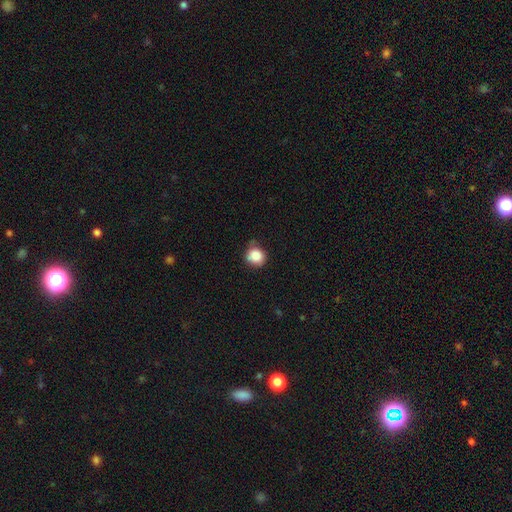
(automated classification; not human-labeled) smooth-or-featured: smooth: 84% | star or artifact: 10% | featured or disk: 6%
  how-rounded: round: 86% | in between: 13% | cigar-shaped: 1%
  merging: none: 66% | minor disturbance: 26% | major disturbance: 5% | merger: 3%